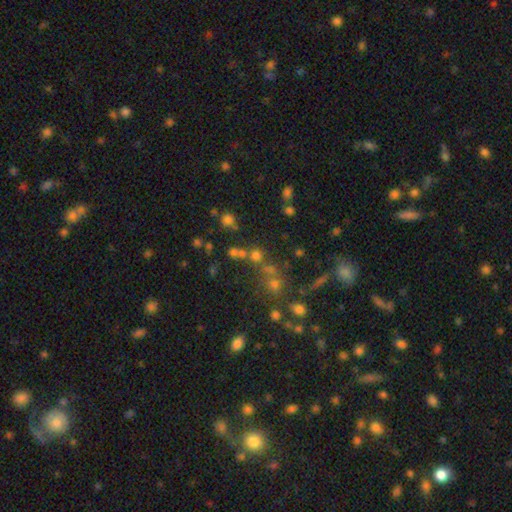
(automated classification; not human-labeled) Smooth or featured: star or artifact — 61% (smooth — 26%)